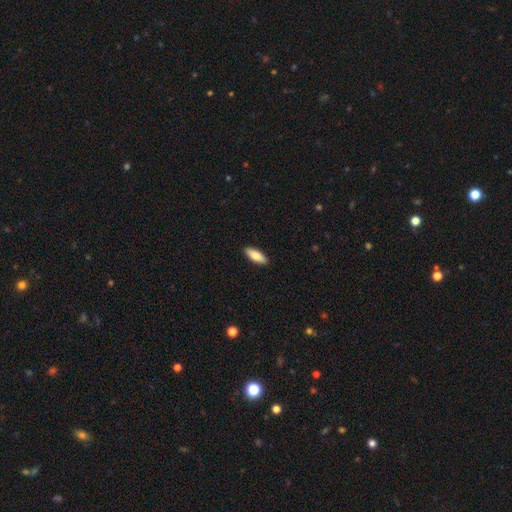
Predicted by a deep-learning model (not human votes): Smooth or featured: smooth — 79% (featured or disk — 16%)
How rounded: in between — 69% (cigar-shaped — 29%)
Merging: none — 90% (minor disturbance — 7%)